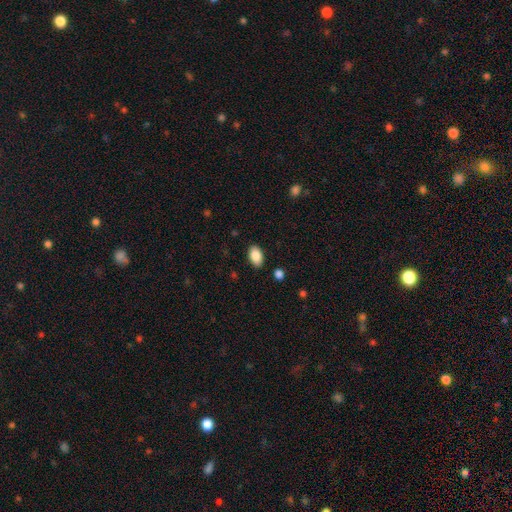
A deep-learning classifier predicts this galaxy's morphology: smooth-or-featured: smooth: 88% | star or artifact: 7% | featured or disk: 4%
  how-rounded: in between: 92% | round: 7% | cigar-shaped: 1%
  merging: none: 87% | minor disturbance: 9% | major disturbance: 2% | merger: 2%